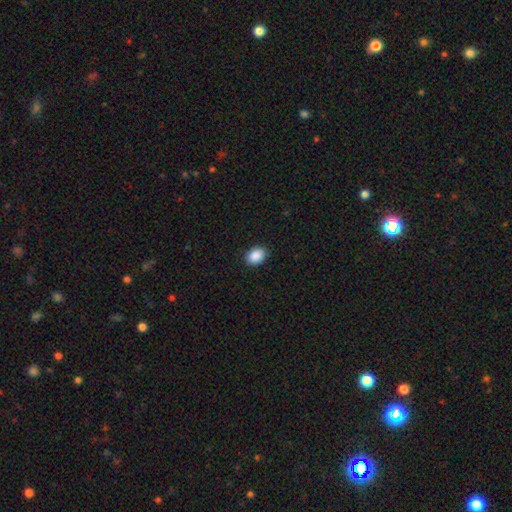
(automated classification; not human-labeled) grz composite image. It shows a smooth galaxy with no disk features (90%) that is in between round and cigar-shaped (70%). Merging: none (90%).